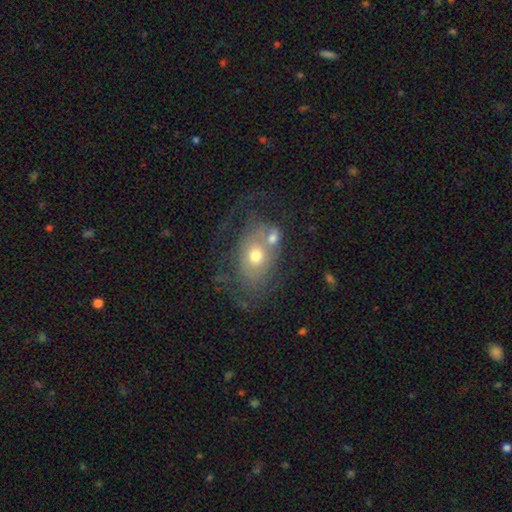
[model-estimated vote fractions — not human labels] Smooth or featured? Predicted: featured or disk (p=0.53). Edge-on disk? Predicted: no (p=0.94). Merging? Predicted: none (p=0.40).